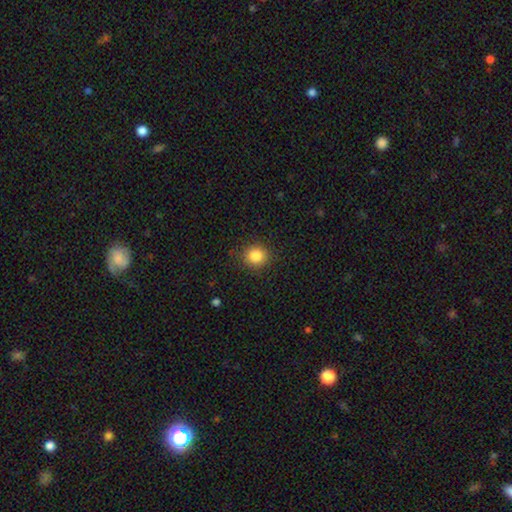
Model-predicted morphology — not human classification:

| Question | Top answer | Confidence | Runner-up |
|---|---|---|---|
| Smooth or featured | smooth | 85% | star or artifact (11%) |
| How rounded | round | 87% | in between (12%) |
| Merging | none | 89% | minor disturbance (8%) |